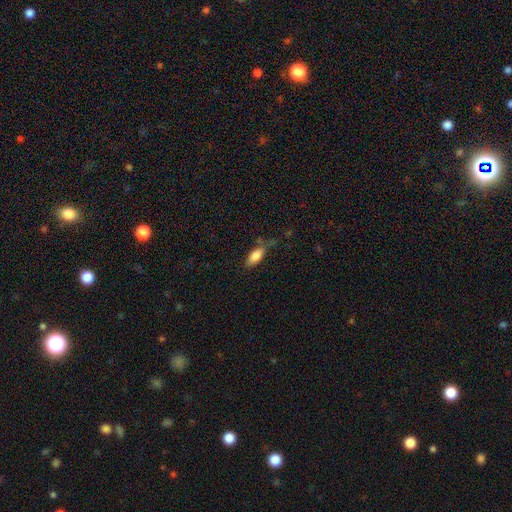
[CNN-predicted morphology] smooth 84%, featured or disk 9%, star or artifact 7%. Down the decision tree: how rounded — in between (82%); merging — none (56%).